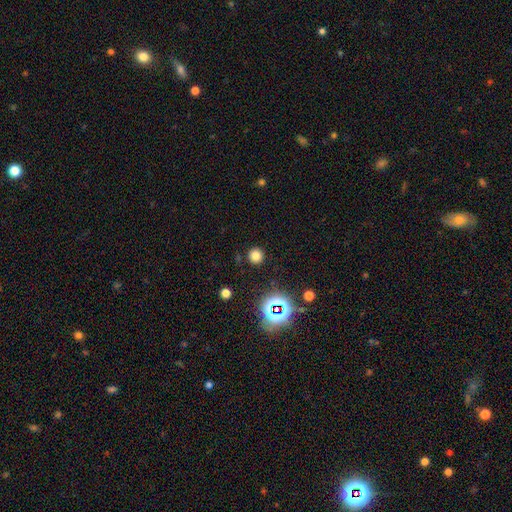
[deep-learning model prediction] A smooth galaxy with no disk features (74%) that is round (94%).

Vote fractions:
- Smooth or featured? smooth: 74% / star or artifact: 20% / featured or disk: 6%
- How rounded? round: 94% / in between: 5% / cigar-shaped: 1%
- Merging? none: 90% / minor disturbance: 6% / major disturbance: 3% / merger: 2%